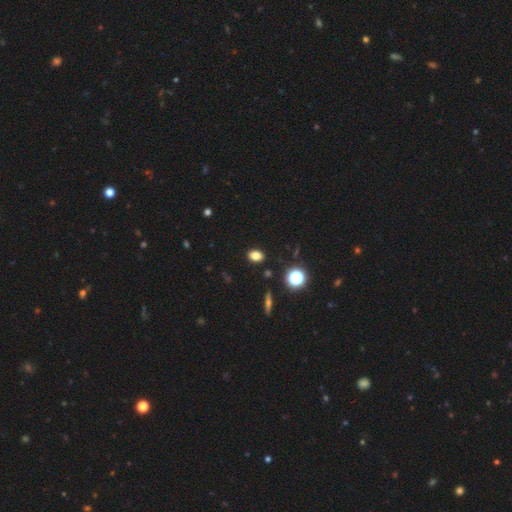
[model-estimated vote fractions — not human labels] smooth_or_featured: smooth (p=0.79) [alt: star or artifact p=0.14]
how_rounded: in between (p=0.70) [alt: round p=0.28]
merging: none (p=0.89) [alt: minor disturbance p=0.07]